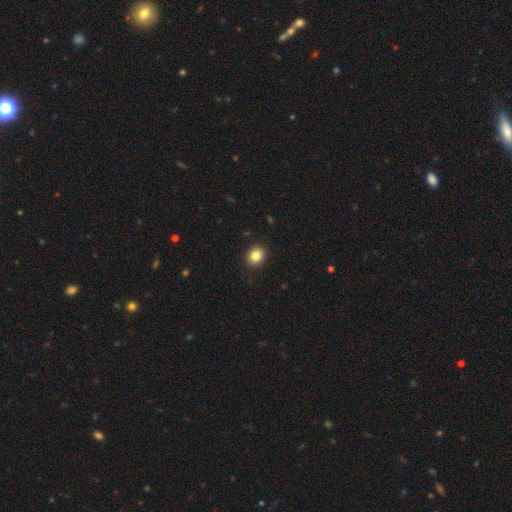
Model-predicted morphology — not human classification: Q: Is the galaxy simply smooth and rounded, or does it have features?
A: smooth — 84%.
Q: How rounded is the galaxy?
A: round — 69%.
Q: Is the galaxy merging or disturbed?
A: none — 91%.